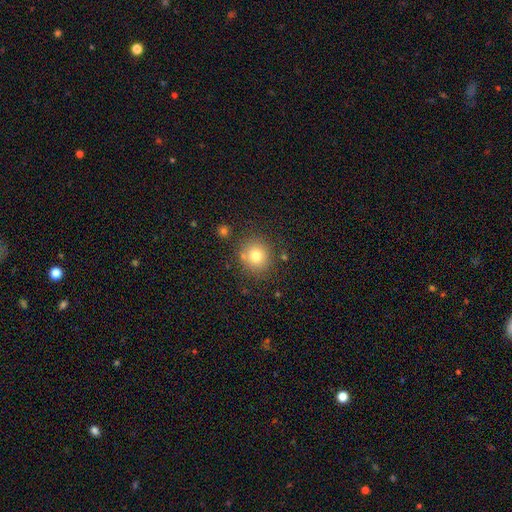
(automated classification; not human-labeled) A smooth galaxy with no disk features (77%) that is round (90%).

Vote fractions:
- Smooth or featured? smooth: 77% / star or artifact: 13% / featured or disk: 10%
- How rounded? round: 90% / in between: 9% / cigar-shaped: 1%
- Merging? none: 81% / minor disturbance: 10% / merger: 6% / major disturbance: 3%